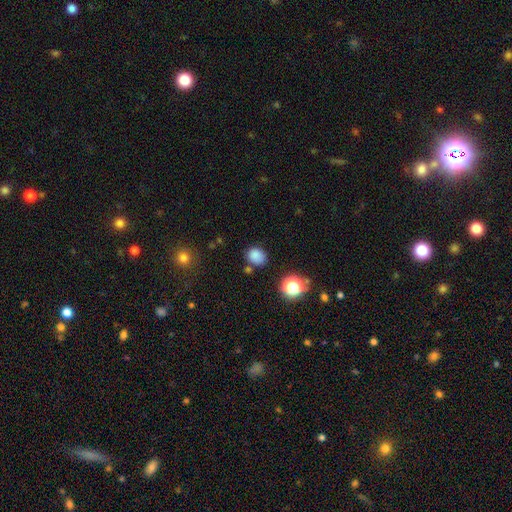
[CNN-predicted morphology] A smooth galaxy with no disk features (81%) that is round (65%). Merging: none (72%).